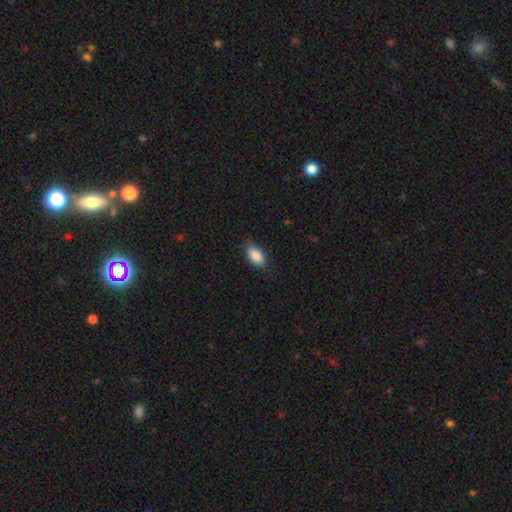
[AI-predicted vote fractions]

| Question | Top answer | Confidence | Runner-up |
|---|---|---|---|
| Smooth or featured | smooth | 88% | star or artifact (7%) |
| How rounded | in between | 92% | round (5%) |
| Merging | none | 80% | minor disturbance (16%) |